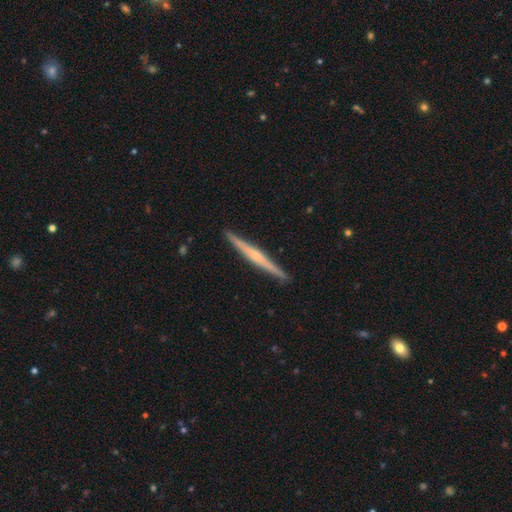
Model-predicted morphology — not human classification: Smooth or featured?
  - featured or disk: 70% *
  - smooth: 25%
  - star or artifact: 5%
Edge-on disk?
  - yes: 98% *
  - no: 2%
Edge-on bulge?
  - rounded: 54% *
  - none: 31%
  - boxy: 15%
Merging?
  - none: 92% *
  - minor disturbance: 5%
  - major disturbance: 1%
  - merger: 1%